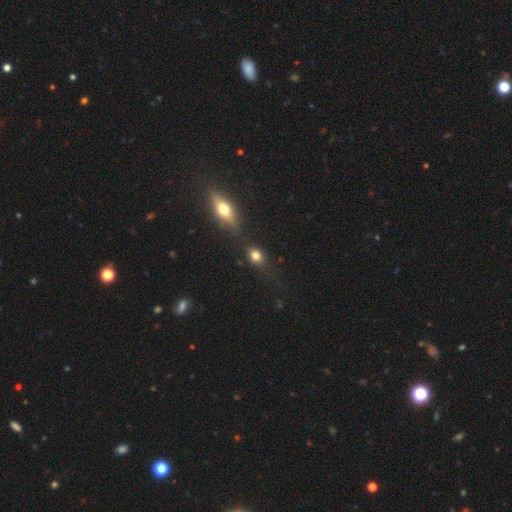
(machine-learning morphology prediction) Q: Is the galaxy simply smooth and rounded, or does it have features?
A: smooth — 79%.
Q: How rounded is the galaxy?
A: in between — 53%.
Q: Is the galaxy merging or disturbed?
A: none — 70%.